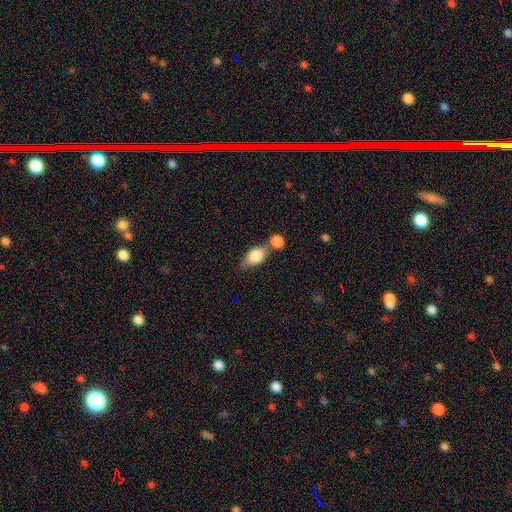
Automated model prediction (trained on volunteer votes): Smooth or featured? Predicted: smooth (p=0.79). How rounded? Predicted: in between (p=0.82). Merging? Predicted: none (p=0.41).